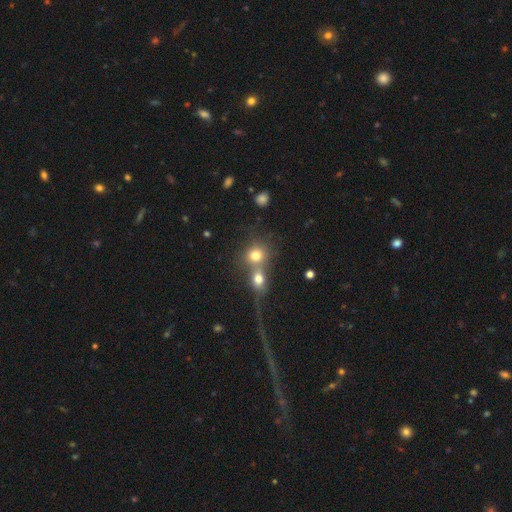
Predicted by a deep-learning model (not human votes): Morphology: type=smooth (74%); roundness=round (78%); merging=merger (60%).